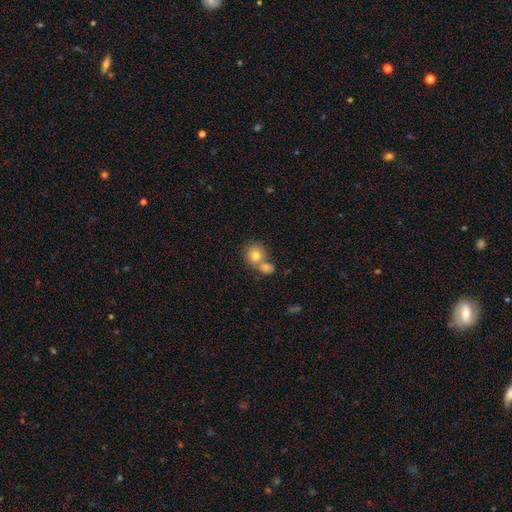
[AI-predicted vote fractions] Smooth or featured?
  - smooth: 78% *
  - featured or disk: 13%
  - star or artifact: 9%
How rounded?
  - round: 82% *
  - in between: 17%
  - cigar-shaped: 1%
Merging?
  - merger: 48% *
  - none: 40%
  - minor disturbance: 8%
  - major disturbance: 3%